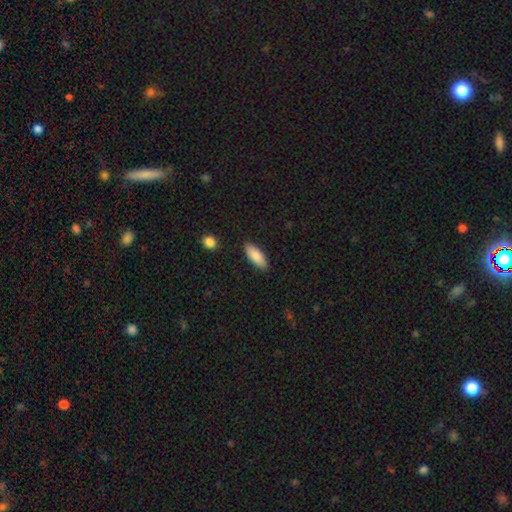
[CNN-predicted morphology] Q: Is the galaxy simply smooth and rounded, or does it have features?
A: smooth — 87%.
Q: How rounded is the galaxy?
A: in between — 76%.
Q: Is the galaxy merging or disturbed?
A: none — 87%.